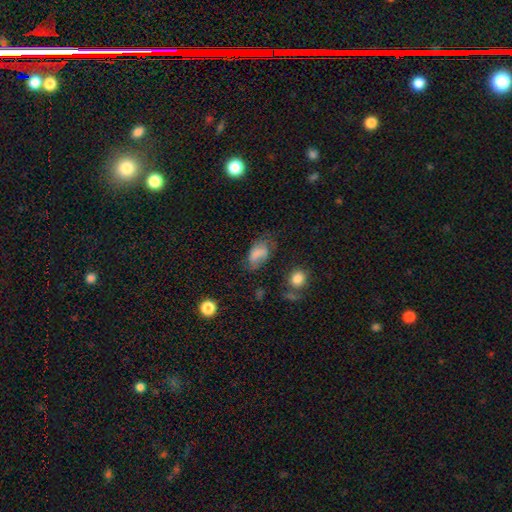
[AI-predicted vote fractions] smooth_or_featured: smooth (p=0.61) [alt: featured or disk p=0.22]
how_rounded: in between (p=0.83) [alt: round p=0.11]
merging: none (p=0.49) [alt: minor disturbance p=0.28]